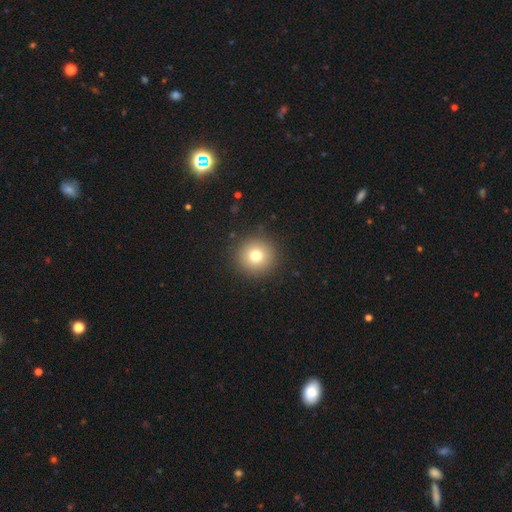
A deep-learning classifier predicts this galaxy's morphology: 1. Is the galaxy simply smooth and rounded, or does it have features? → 76% smooth, 13% star or artifact, 11% featured or disk.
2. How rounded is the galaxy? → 95% round, 4% in between, 1% cigar-shaped.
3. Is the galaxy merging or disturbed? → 91% none, 6% minor disturbance, 2% major disturbance, 1% merger.